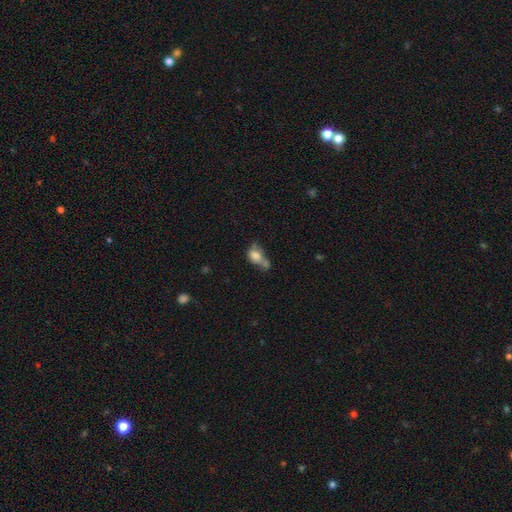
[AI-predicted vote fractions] smooth_or_featured: smooth (p=0.65) [alt: featured or disk p=0.23]
how_rounded: in between (p=0.76) [alt: round p=0.21]
merging: merger (p=0.39) [alt: none p=0.23]